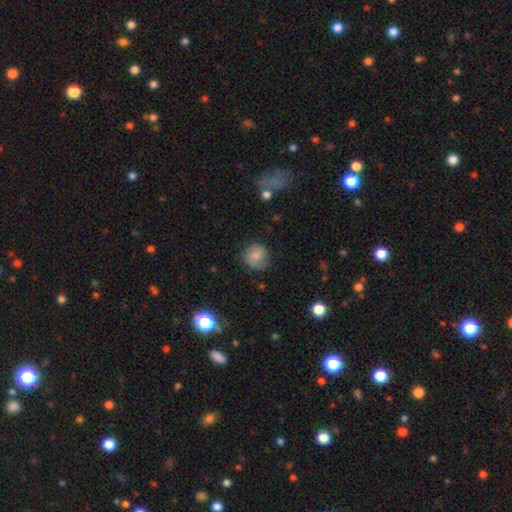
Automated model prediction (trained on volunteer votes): Morphology: type=smooth (70%); roundness=round (87%); merging=none (73%).